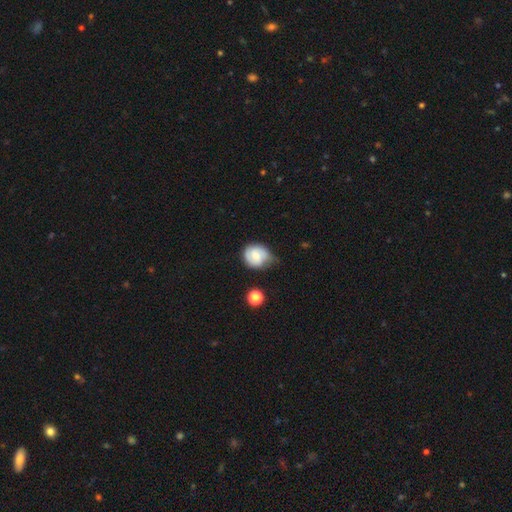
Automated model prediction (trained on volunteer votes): Smooth or featured?
  - smooth: 52% *
  - featured or disk: 40%
  - star or artifact: 8%
How rounded?
  - round: 75% *
  - in between: 24%
  - cigar-shaped: 1%
Merging?
  - none: 50% *
  - minor disturbance: 37%
  - major disturbance: 10%
  - merger: 3%